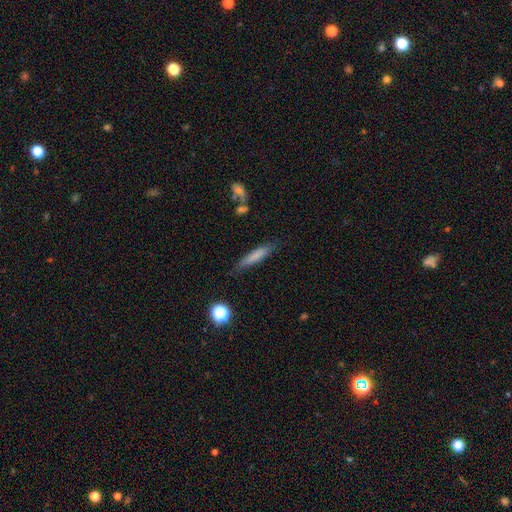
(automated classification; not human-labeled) Q: Smooth or featured?
A: smooth (74%); runner-up: featured or disk (18%)
Q: How rounded?
A: cigar-shaped (87%); runner-up: in between (11%)
Q: Merging?
A: none (79%); runner-up: minor disturbance (15%)